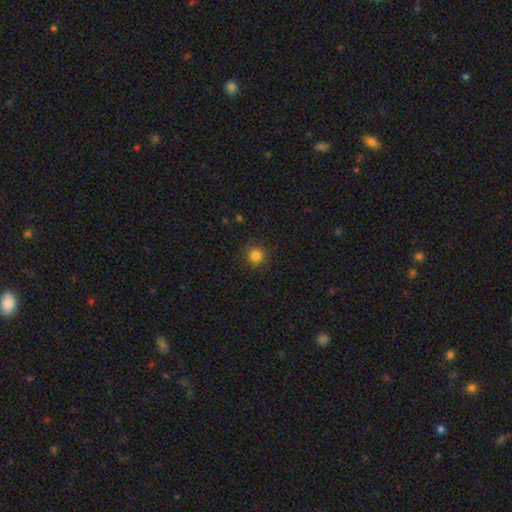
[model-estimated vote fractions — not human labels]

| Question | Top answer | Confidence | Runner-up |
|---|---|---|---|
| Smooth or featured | smooth | 83% | star or artifact (13%) |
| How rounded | round | 94% | in between (5%) |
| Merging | none | 89% | minor disturbance (7%) |